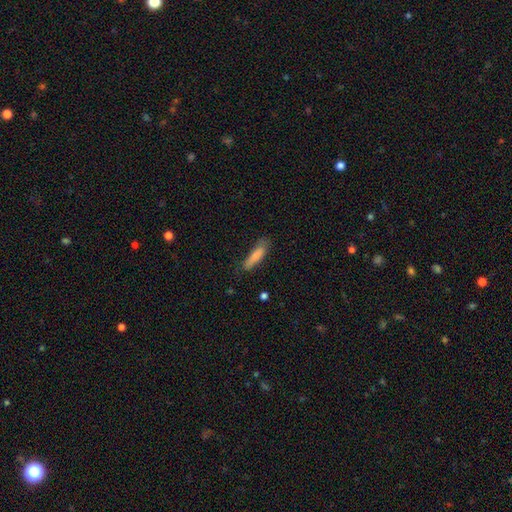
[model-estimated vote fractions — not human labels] A smooth galaxy with no disk features (82%) that is cigar-shaped (73%).

Vote fractions:
- Smooth or featured? smooth: 82% / featured or disk: 11% / star or artifact: 6%
- How rounded? cigar-shaped: 73% / in between: 26% / round: 2%
- Merging? none: 70% / minor disturbance: 23% / major disturbance: 6% / merger: 2%